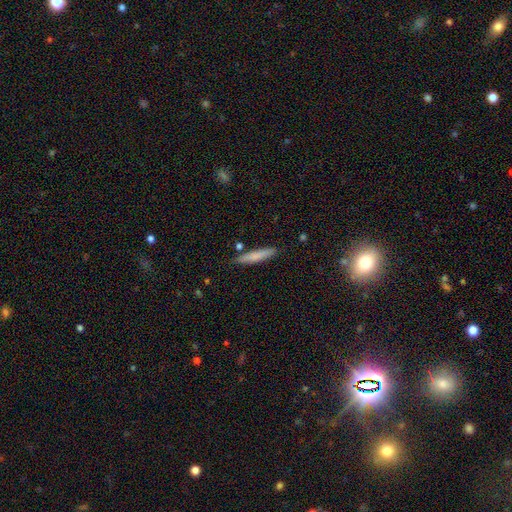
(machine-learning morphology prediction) smooth-or-featured: smooth: 75% | featured or disk: 19% | star or artifact: 6%
  how-rounded: cigar-shaped: 92% | in between: 7% | round: 1%
  merging: none: 85% | minor disturbance: 10% | merger: 3% | major disturbance: 2%